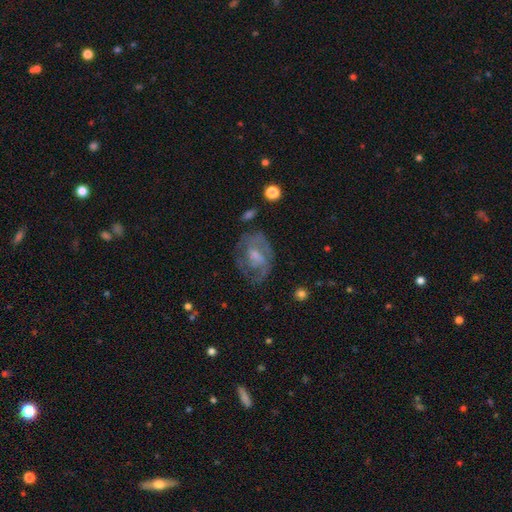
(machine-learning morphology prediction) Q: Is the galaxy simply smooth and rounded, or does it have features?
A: featured or disk — 74%.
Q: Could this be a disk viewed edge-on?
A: no — 97%.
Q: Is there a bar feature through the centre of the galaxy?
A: weak — 45%.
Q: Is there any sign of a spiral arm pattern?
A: yes — 85%.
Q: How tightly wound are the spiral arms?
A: medium — 44%.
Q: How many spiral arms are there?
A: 2 — 48%.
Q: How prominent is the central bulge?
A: small — 45%.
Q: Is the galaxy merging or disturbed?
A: none — 66%.